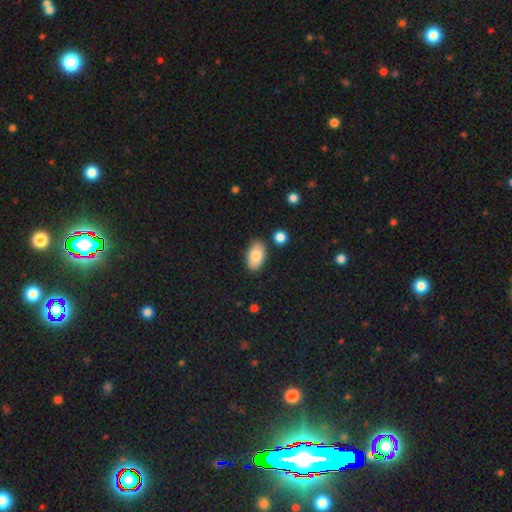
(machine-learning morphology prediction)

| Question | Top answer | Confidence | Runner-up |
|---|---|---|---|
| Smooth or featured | smooth | 82% | featured or disk (11%) |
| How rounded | in between | 93% | round (5%) |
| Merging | none | 82% | minor disturbance (12%) |